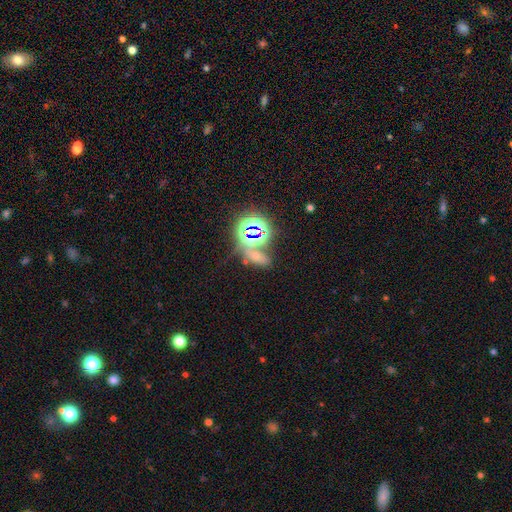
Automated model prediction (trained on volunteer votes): A star or artifact, not a galaxy (51%).

Vote fractions:
- Smooth or featured? star or artifact: 51% / smooth: 36% / featured or disk: 13%